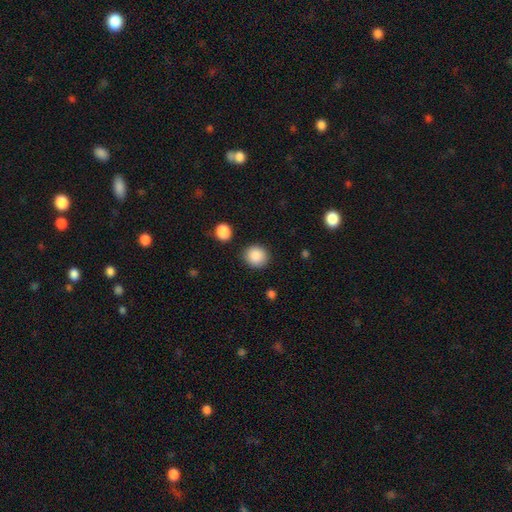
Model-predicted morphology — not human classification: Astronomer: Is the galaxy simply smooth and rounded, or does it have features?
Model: smooth — 89%.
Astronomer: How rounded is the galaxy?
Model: round — 87%.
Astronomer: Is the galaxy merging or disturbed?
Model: none — 87%.